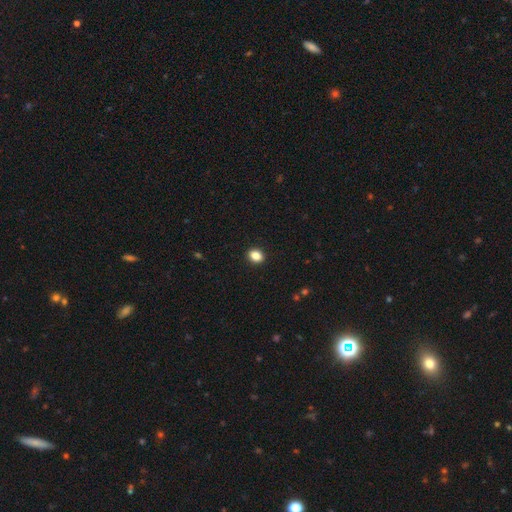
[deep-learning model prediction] smooth 86%, star or artifact 10%, featured or disk 4%. Down the decision tree: how rounded — in between (55%); merging — none (92%).